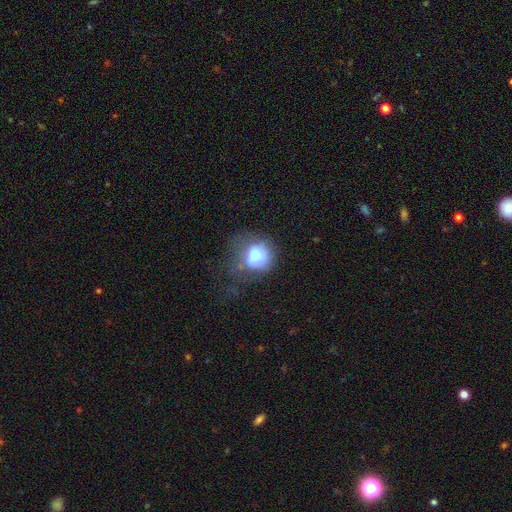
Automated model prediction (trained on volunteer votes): Q: Smooth or featured?
A: smooth (76%); runner-up: featured or disk (14%)
Q: How rounded?
A: round (75%); runner-up: in between (24%)
Q: Merging?
A: none (39%); runner-up: minor disturbance (29%)